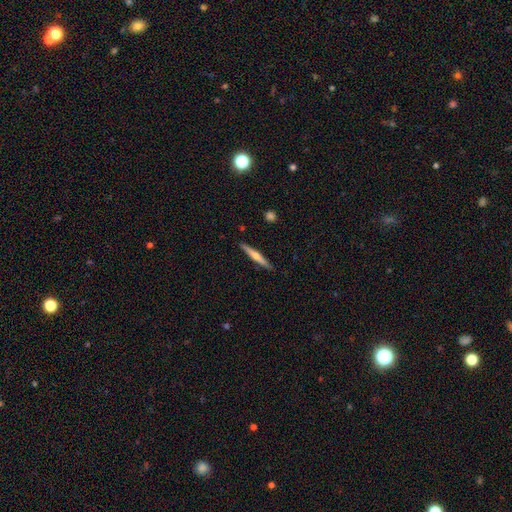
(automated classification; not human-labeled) A featured or disk galaxy (61%) viewed edge-on (97%) with a rounded central bulge (85%). Merging: none (91%).